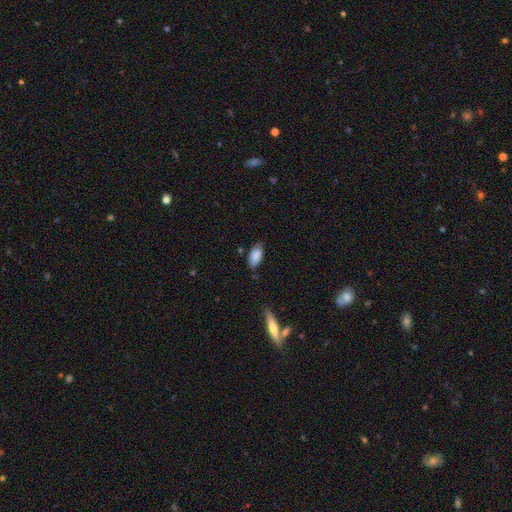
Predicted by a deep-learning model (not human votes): Smooth or featured?
  - smooth: 86% *
  - featured or disk: 8%
  - star or artifact: 7%
How rounded?
  - in between: 90% *
  - cigar-shaped: 7%
  - round: 2%
Merging?
  - none: 77% *
  - minor disturbance: 18%
  - major disturbance: 3%
  - merger: 2%